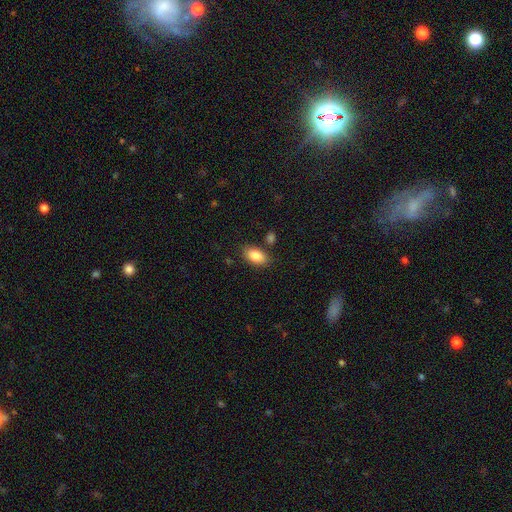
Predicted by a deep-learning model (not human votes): Morphology: type=smooth (86%); roundness=in between (92%); merging=none (81%).